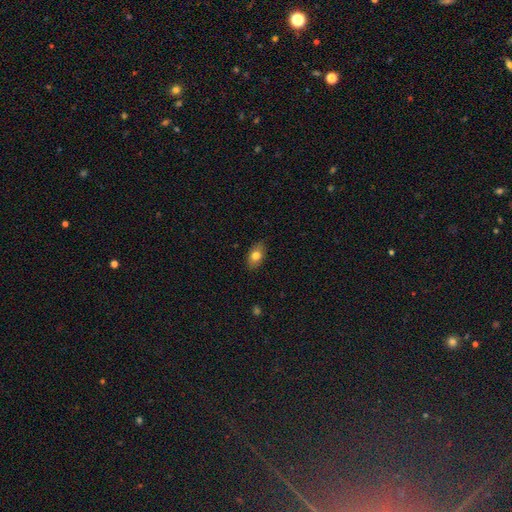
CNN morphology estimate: Smooth or featured: smooth — 77% (featured or disk — 15%)
How rounded: in between — 86% (round — 11%)
Merging: none — 85% (minor disturbance — 12%)